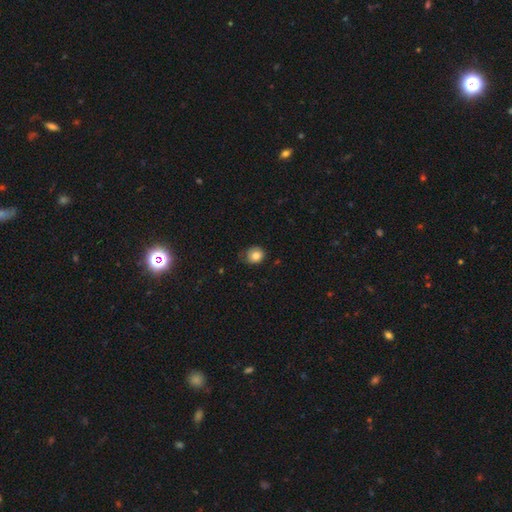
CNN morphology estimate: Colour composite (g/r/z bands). It shows a smooth galaxy with no disk features (82%) that is round (72%). Merging: none (66%).